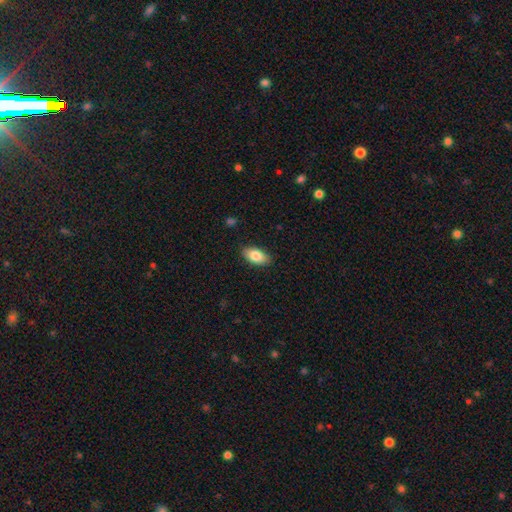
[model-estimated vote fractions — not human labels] This is clearly a smooth galaxy (83%). How rounded: clearly in between (92%). Merging: clearly none (87%).